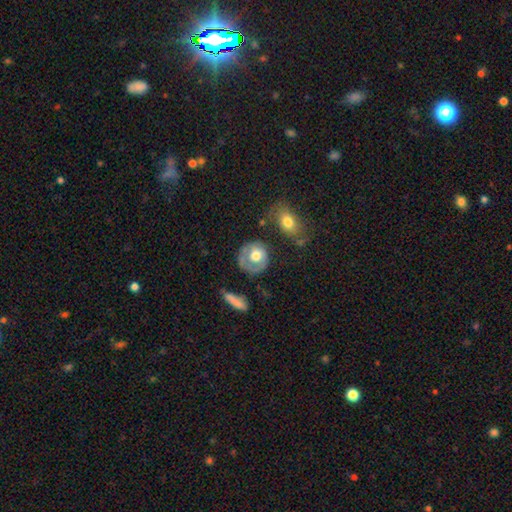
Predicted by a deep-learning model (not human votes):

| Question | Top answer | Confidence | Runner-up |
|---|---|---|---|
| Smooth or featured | smooth | 55% | featured or disk (38%) |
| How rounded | round | 80% | in between (19%) |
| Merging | none | 52% | minor disturbance (25%) |